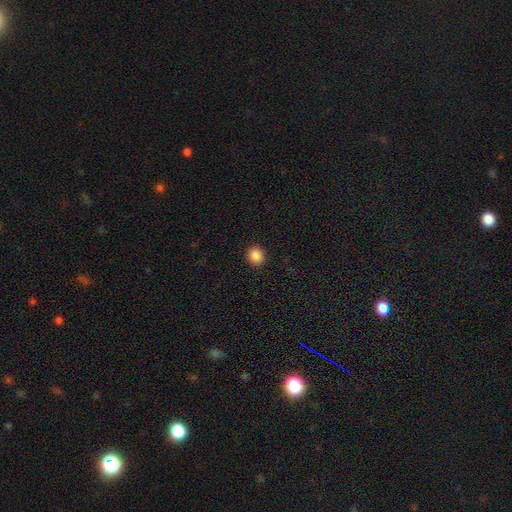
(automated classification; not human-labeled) Overall: smooth (87%). How rounded: round (82%). Merging: none (92%).